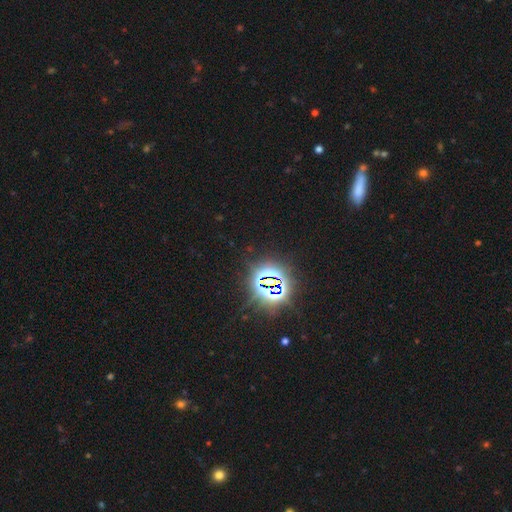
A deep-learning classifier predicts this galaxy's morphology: This is clearly a star or artifact rather than a galaxy (80%).